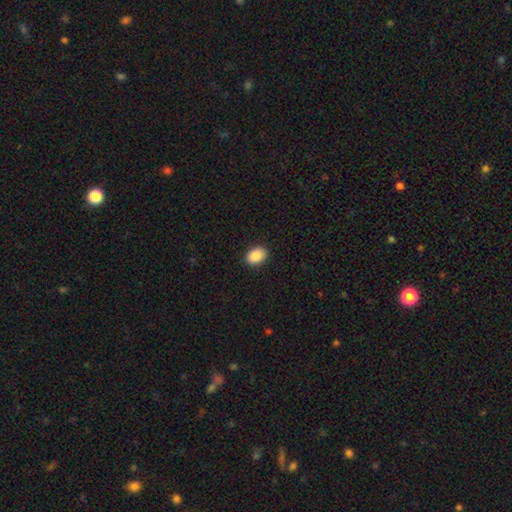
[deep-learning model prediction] This appears to be a smooth galaxy with no disk features (89%) that is in between round and cigar-shaped (77%). Merging: none (91%).